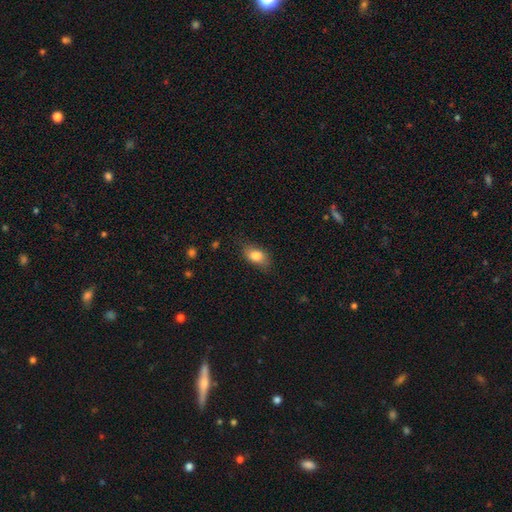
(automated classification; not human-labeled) Morphology: type=smooth (82%); roundness=in between (85%); merging=none (75%).